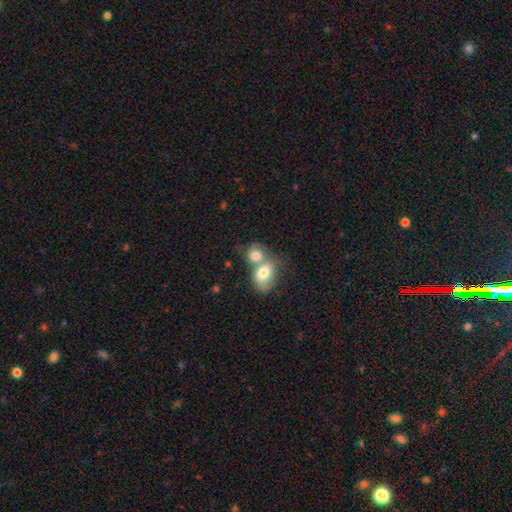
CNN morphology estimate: smooth 78%, featured or disk 15%, star or artifact 7%. Down the decision tree: how rounded — in between (59%); merging — merger (71%).